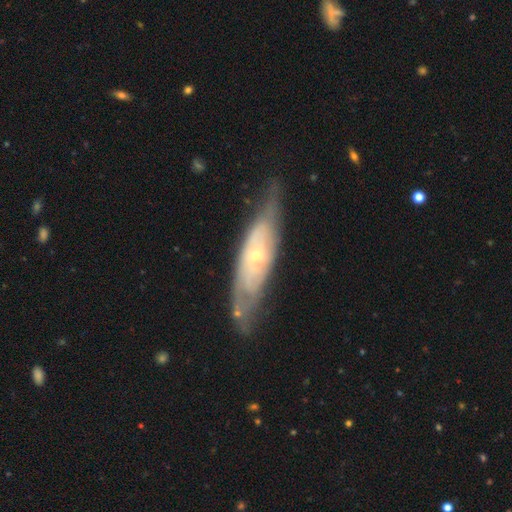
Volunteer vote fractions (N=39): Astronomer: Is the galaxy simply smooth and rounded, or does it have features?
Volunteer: featured or disk — 77%.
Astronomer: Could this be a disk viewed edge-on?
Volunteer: no — 63%.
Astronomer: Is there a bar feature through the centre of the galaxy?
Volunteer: no — 68%.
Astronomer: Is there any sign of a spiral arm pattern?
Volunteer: yes — 74%.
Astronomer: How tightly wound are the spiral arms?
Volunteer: tight — 50% (runner-up: medium, 29%).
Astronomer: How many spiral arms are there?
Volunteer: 2 — 57%.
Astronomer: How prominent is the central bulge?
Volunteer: small — 84%.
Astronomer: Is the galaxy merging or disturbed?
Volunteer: none — 53% (runner-up: minor disturbance, 34%).